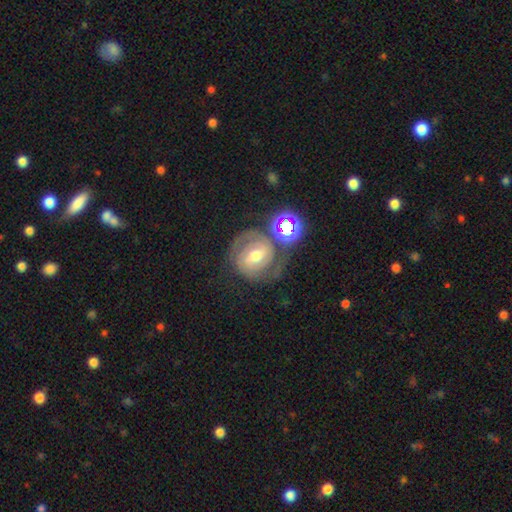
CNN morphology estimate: The model was most divided on "spiral winding": tight: 54%, medium: 38%, loose: 8%. Remaining: edge-on disk — no (97%); spiral arms — yes (95%); spiral arm count — 2 (77%); smooth or featured — featured or disk (77%); bulge size — moderate (68%); merging — none (63%); bar — weak (49%).